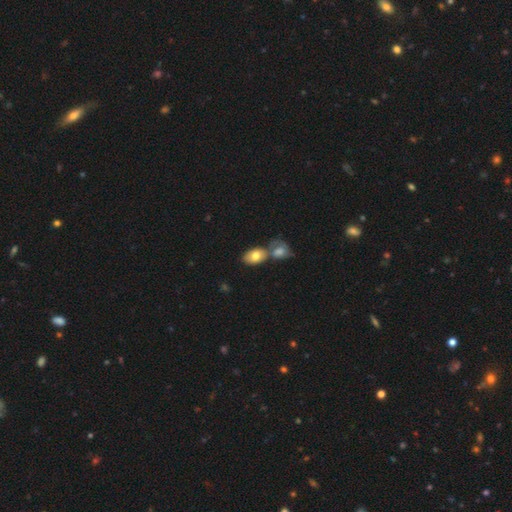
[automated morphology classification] smooth-or-featured: smooth: 75% | featured or disk: 18% | star or artifact: 7%
  how-rounded: in between: 90% | round: 9% | cigar-shaped: 2%
  merging: merger: 45% | none: 40% | minor disturbance: 11% | major disturbance: 4%